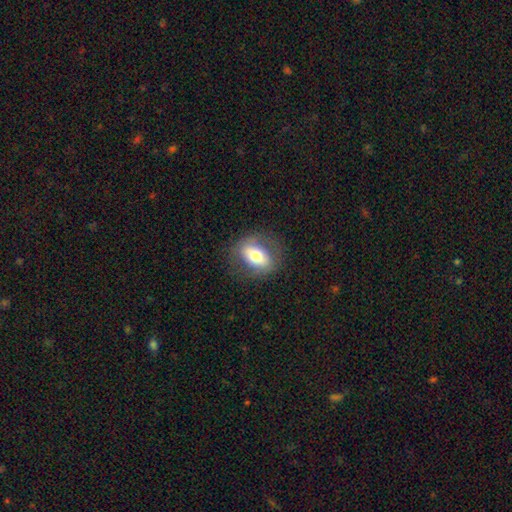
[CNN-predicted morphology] Smooth or featured: smooth — 61% (featured or disk — 31%)
How rounded: in between — 77% (round — 20%)
Merging: none — 78% (minor disturbance — 14%)